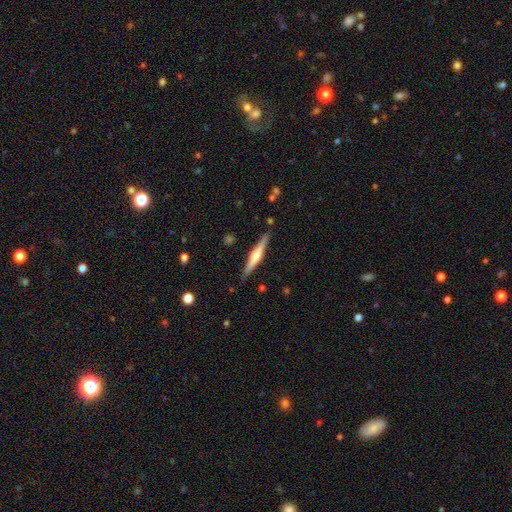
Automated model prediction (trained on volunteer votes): smooth_or_featured: featured or disk (p=0.68) [alt: smooth p=0.27]
disk_edge_on: yes (p=0.97) [alt: no p=0.03]
edge_on_bulge: rounded (p=0.88) [alt: boxy p=0.06]
merging: none (p=0.88) [alt: minor disturbance p=0.09]